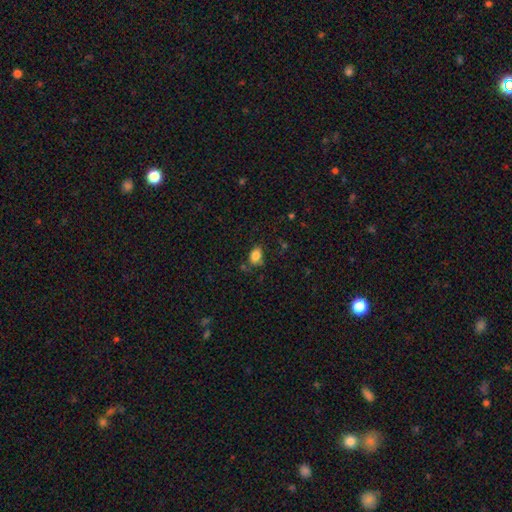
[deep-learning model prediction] Smooth or featured?
  - smooth: 84% *
  - star or artifact: 10%
  - featured or disk: 6%
How rounded?
  - in between: 79% *
  - round: 20%
  - cigar-shaped: 1%
Merging?
  - none: 66% *
  - minor disturbance: 23%
  - major disturbance: 6%
  - merger: 5%